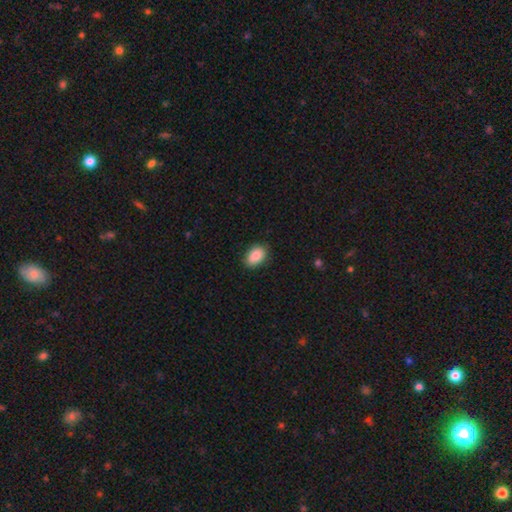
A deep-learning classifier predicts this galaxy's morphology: smooth 87%, star or artifact 7%, featured or disk 6%. Down the decision tree: how rounded — in between (88%); merging — none (85%).